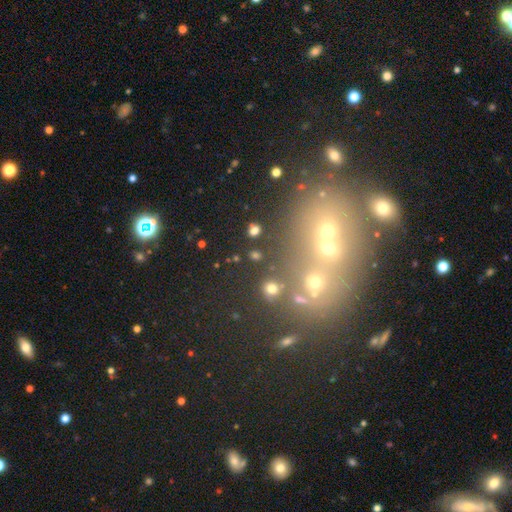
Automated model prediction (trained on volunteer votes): Smooth or featured? smooth (49%)
Merging? none (67%)